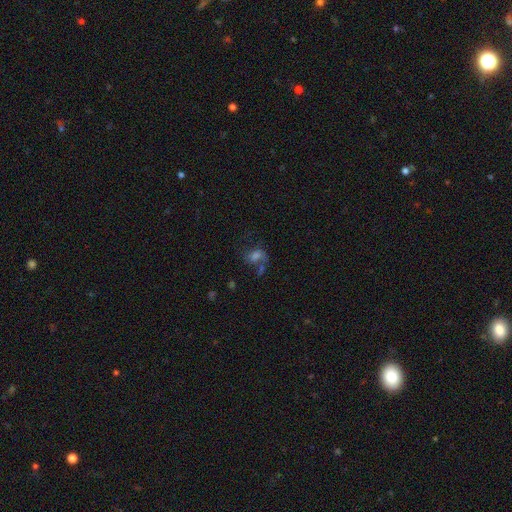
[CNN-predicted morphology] featured or disk 43%, smooth 36%, star or artifact 21%. Down the decision tree: merging — none (37%).